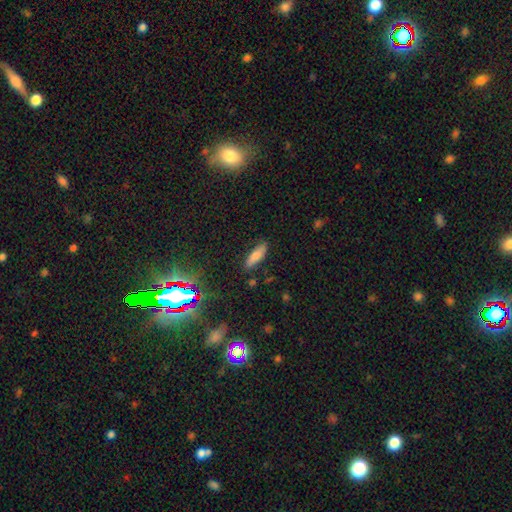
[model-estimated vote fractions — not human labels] Smooth or featured? smooth (72%)
How rounded? in between (51%)
Merging? none (84%)